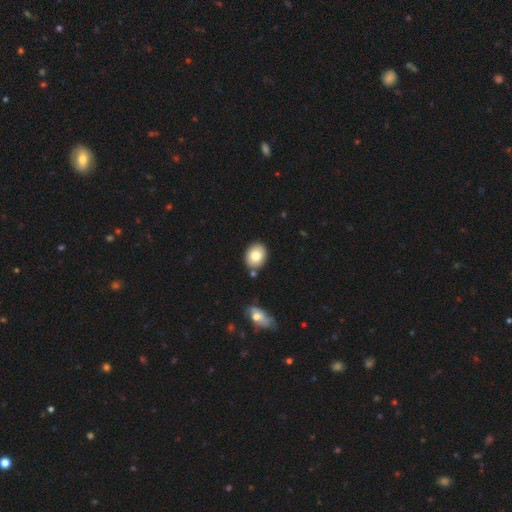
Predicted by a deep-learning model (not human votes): smooth-or-featured: smooth: 80% | featured or disk: 12% | star or artifact: 8%
  how-rounded: round: 51% | in between: 48% | cigar-shaped: 1%
  merging: none: 82% | minor disturbance: 9% | merger: 6% | major disturbance: 2%